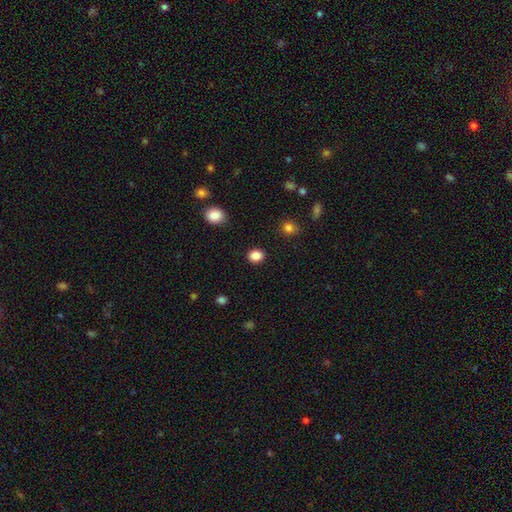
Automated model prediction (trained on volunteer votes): Morphology: type=smooth (86%); roundness=round (68%); merging=none (90%).